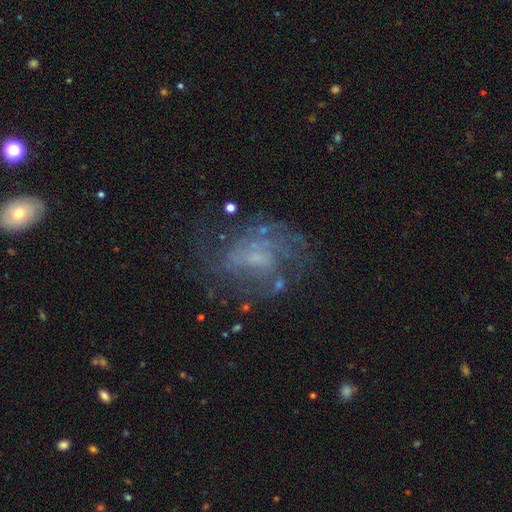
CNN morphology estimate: Smooth or featured: featured or disk — 73% (smooth — 15%)
Edge-on disk: no — 97% (yes — 3%)
Bar: no — 53% (weak — 39%)
Spiral arms: yes — 78% (no — 22%)
Spiral winding: medium — 41% (tight — 37%)
Spiral arm count: can't tell — 45% (2 — 22%)
Bulge size: small — 44% (none — 32%)
Merging: none — 57% (major disturbance — 20%)